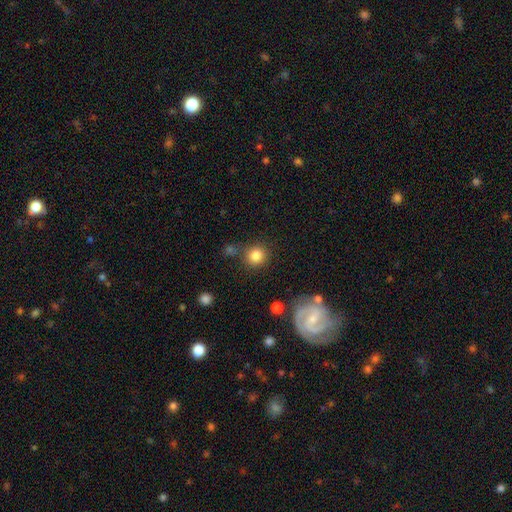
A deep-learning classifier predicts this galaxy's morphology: A smooth galaxy with no disk features (83%) that is round (88%).

Vote fractions:
- Smooth or featured? smooth: 83% / star or artifact: 11% / featured or disk: 6%
- How rounded? round: 88% / in between: 11% / cigar-shaped: 1%
- Merging? none: 79% / minor disturbance: 10% / merger: 7% / major disturbance: 4%